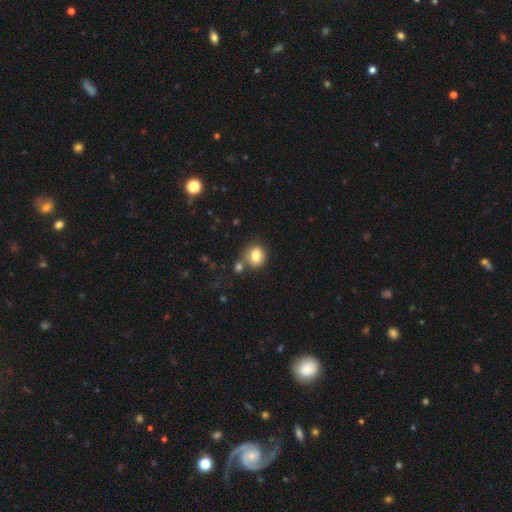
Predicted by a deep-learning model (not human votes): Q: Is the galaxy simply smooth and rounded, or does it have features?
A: smooth — 80%.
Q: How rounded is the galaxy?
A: round — 71%.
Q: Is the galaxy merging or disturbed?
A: none — 65%.